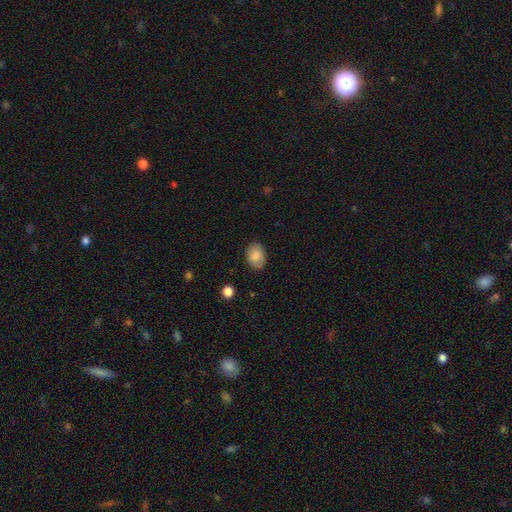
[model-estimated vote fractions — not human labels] smooth 83%, featured or disk 9%, star or artifact 8%. Down the decision tree: how rounded — in between (79%); merging — none (83%).